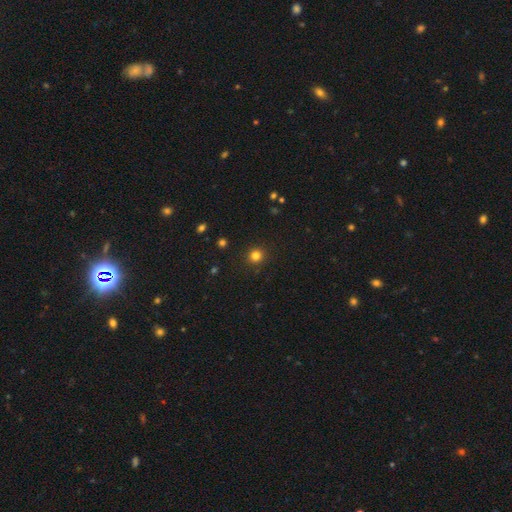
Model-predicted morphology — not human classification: smooth 82%, star or artifact 14%, featured or disk 4%. Down the decision tree: how rounded — round (93%); merging — none (91%).